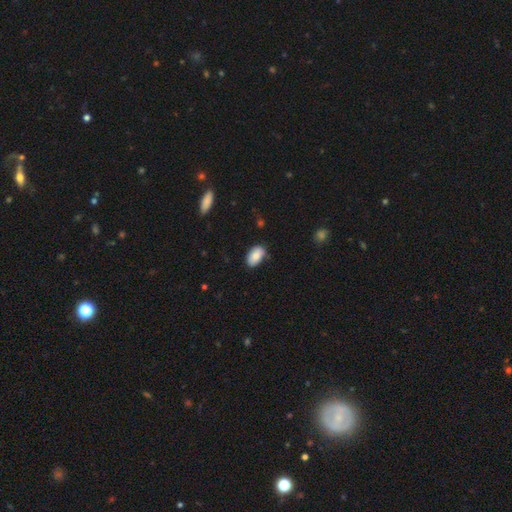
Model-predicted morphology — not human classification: smooth_or_featured: smooth (p=0.84) [alt: featured or disk p=0.10]
how_rounded: in between (p=0.93) [alt: round p=0.05]
merging: none (p=0.77) [alt: minor disturbance p=0.18]